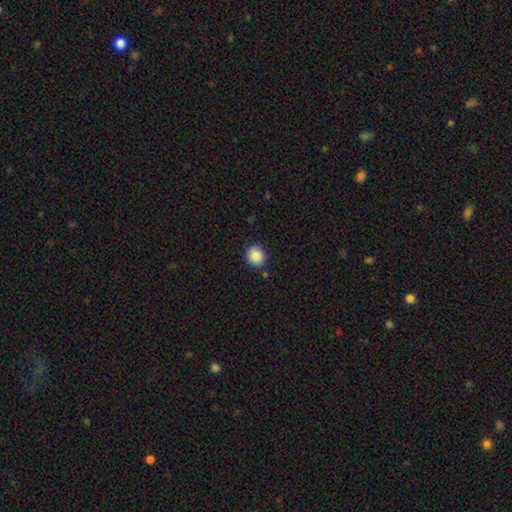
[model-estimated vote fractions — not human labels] Q: Smooth or featured?
A: smooth (87%); runner-up: star or artifact (9%)
Q: How rounded?
A: round (86%); runner-up: in between (13%)
Q: Merging?
A: none (87%); runner-up: minor disturbance (8%)